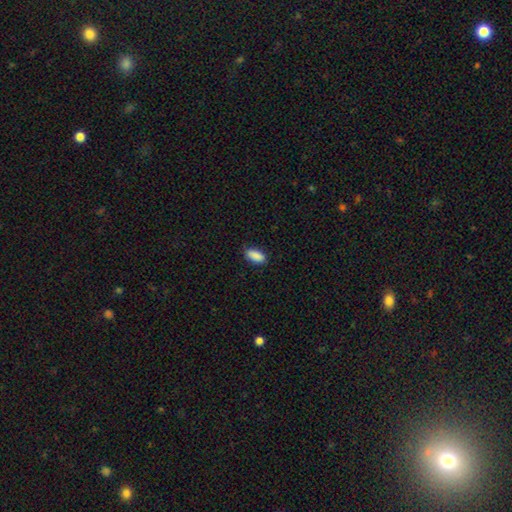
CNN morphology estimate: A smooth galaxy with no disk features (90%) that is in between round and cigar-shaped (88%). Merging: none (83%).